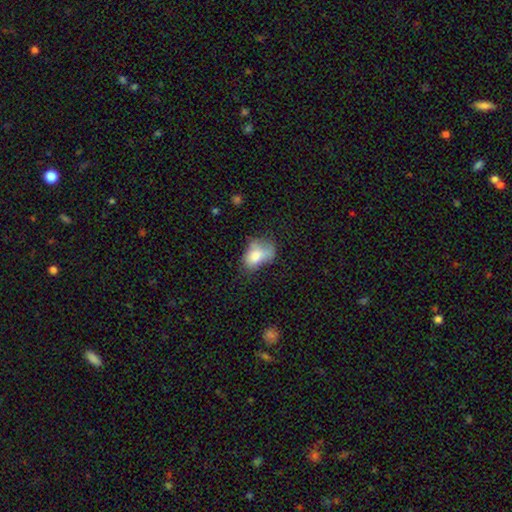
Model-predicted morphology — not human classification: smooth 72%, featured or disk 18%, star or artifact 10%. Down the decision tree: how rounded — in between (81%); merging — minor disturbance (33%).